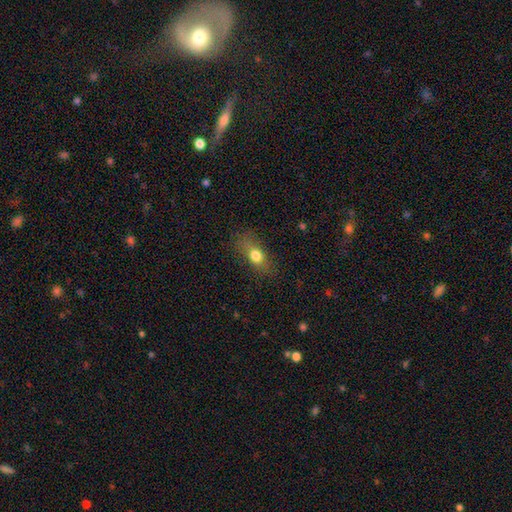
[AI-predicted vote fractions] smooth 74%, featured or disk 16%, star or artifact 10%. Down the decision tree: how rounded — in between (68%); merging — none (70%).